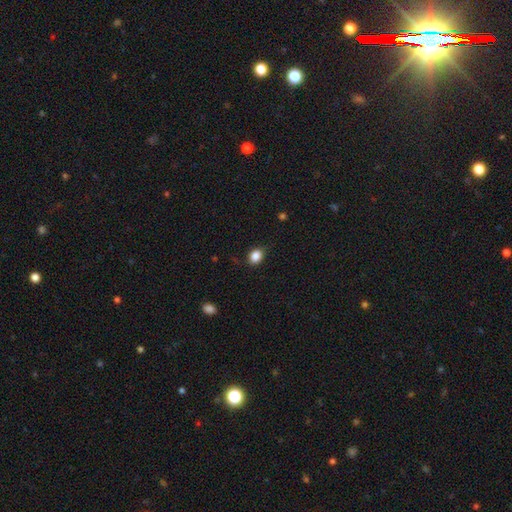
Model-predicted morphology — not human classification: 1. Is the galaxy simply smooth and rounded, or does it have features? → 87% smooth, 10% star or artifact, 4% featured or disk.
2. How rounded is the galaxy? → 52% in between, 47% round, 1% cigar-shaped.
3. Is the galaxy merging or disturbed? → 84% none, 13% minor disturbance, 3% major disturbance, 1% merger.